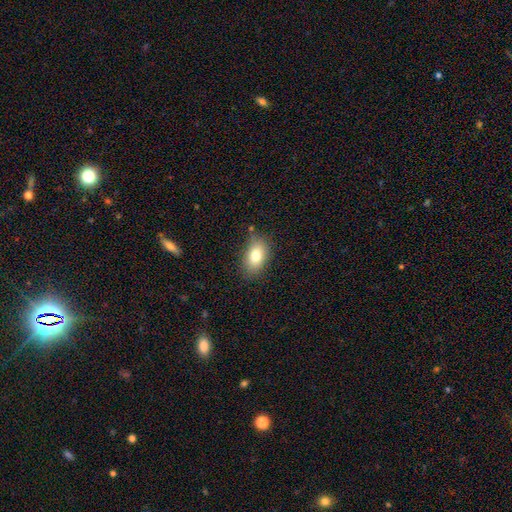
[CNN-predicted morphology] Smooth or featured?
  - smooth: 78% *
  - featured or disk: 12%
  - star or artifact: 9%
How rounded?
  - in between: 86% *
  - round: 12%
  - cigar-shaped: 2%
Merging?
  - none: 78% *
  - minor disturbance: 16%
  - major disturbance: 4%
  - merger: 2%